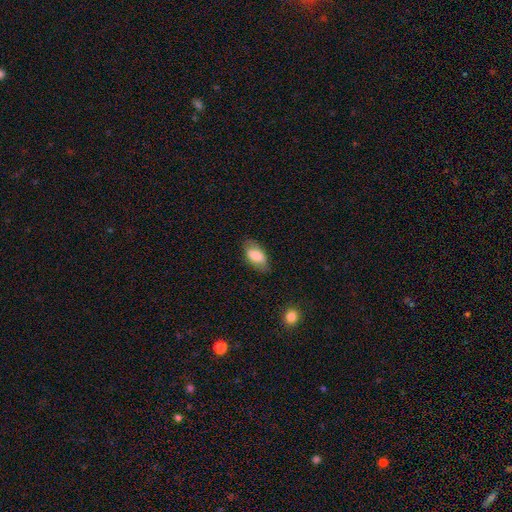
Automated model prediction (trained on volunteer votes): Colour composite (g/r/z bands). It shows a smooth galaxy with no disk features (76%) that is in between round and cigar-shaped (92%). Merging: none (76%).